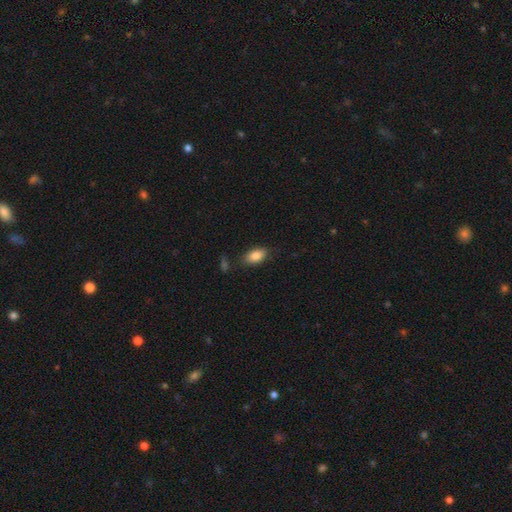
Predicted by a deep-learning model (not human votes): smooth-or-featured: smooth: 85% | featured or disk: 8% | star or artifact: 7%
  how-rounded: in between: 91% | round: 6% | cigar-shaped: 4%
  merging: none: 78% | minor disturbance: 15% | major disturbance: 4% | merger: 3%